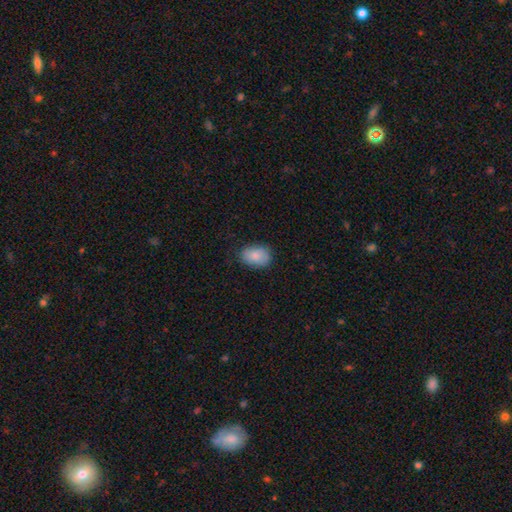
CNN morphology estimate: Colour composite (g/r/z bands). It shows a smooth galaxy with no disk features (85%) that is in between round and cigar-shaped (75%). Merging: none (79%).